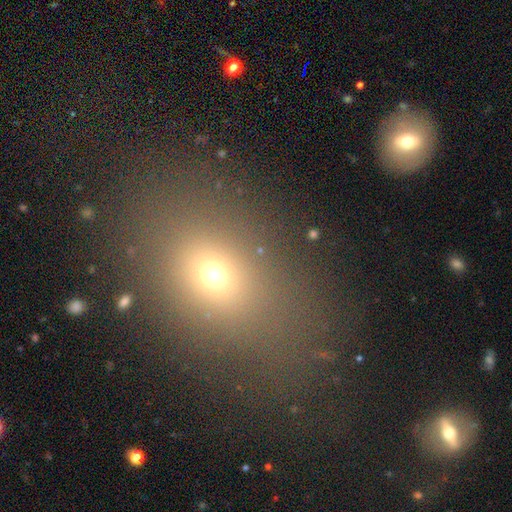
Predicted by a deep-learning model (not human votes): Smooth or featured? Predicted: smooth (p=0.65). How rounded? Predicted: in between (p=0.64). Merging? Predicted: none (p=0.75).